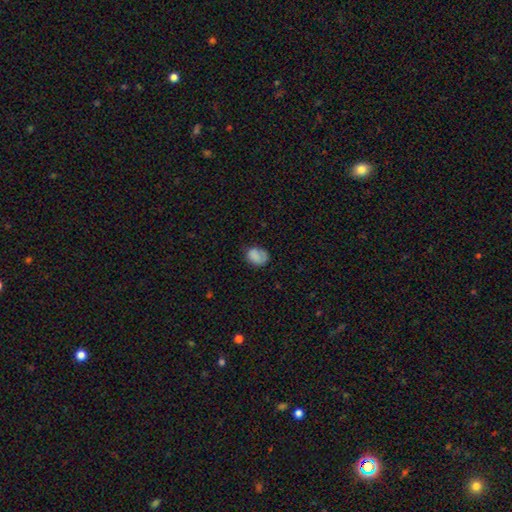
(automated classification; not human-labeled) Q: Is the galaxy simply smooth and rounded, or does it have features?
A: smooth — 81%.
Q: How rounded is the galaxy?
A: in between — 61%.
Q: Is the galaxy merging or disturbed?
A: none — 61%.